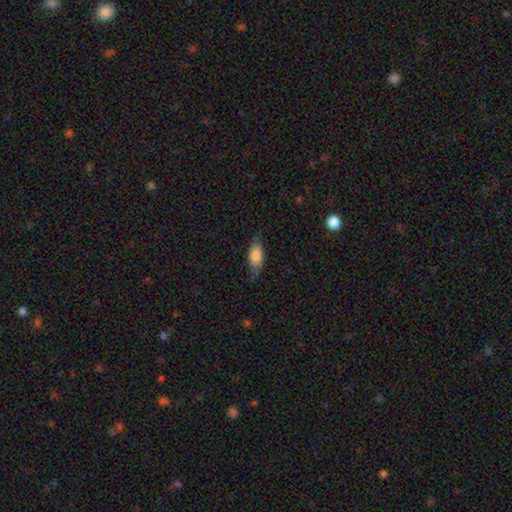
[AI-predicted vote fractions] This is likely a smooth galaxy (70%). How rounded: clearly in between (82%). Merging: likely none (67%).